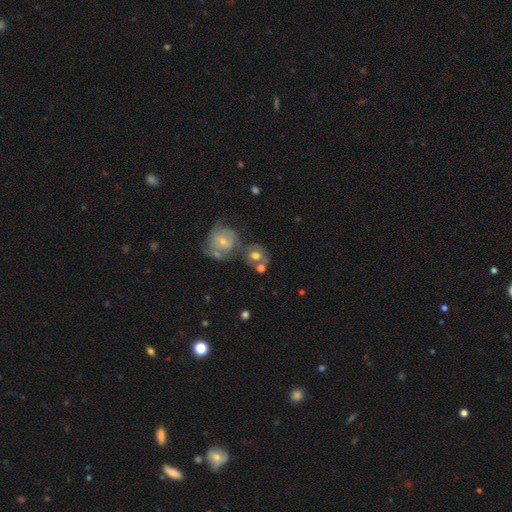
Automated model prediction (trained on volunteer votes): Smooth or featured: smooth — 56% (featured or disk — 34%)
How rounded: round — 74% (in between — 25%)
Merging: none — 41% (merger — 36%)